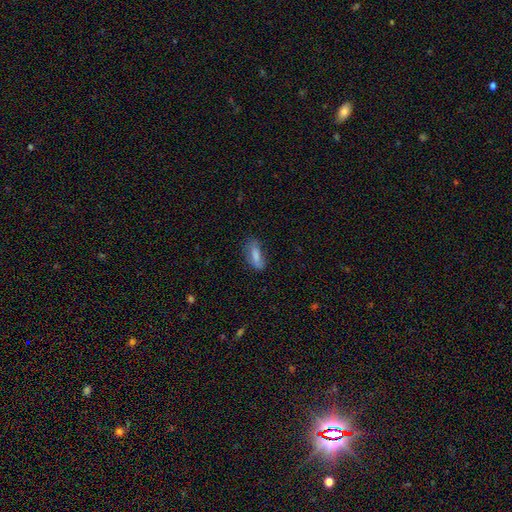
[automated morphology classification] Smooth or featured?
  - smooth: 78% *
  - featured or disk: 14%
  - star or artifact: 8%
How rounded?
  - in between: 65% *
  - cigar-shaped: 33%
  - round: 3%
Merging?
  - none: 62% *
  - minor disturbance: 27%
  - major disturbance: 10%
  - merger: 2%